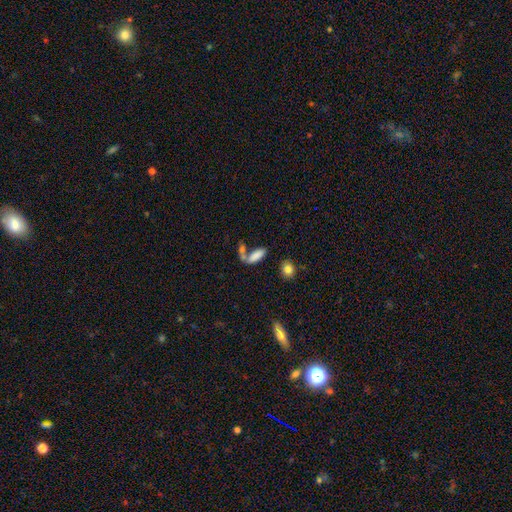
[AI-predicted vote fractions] A smooth galaxy with no disk features (77%) that is in between round and cigar-shaped (61%). Merging: merger (44%).